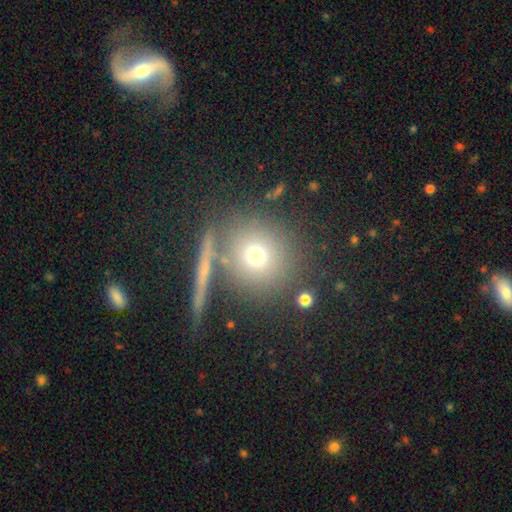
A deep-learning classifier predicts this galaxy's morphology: smooth_or_featured: smooth (p=0.69) [alt: star or artifact p=0.15]
how_rounded: round (p=0.89) [alt: in between p=0.09]
merging: none (p=0.76) [alt: minor disturbance p=0.10]